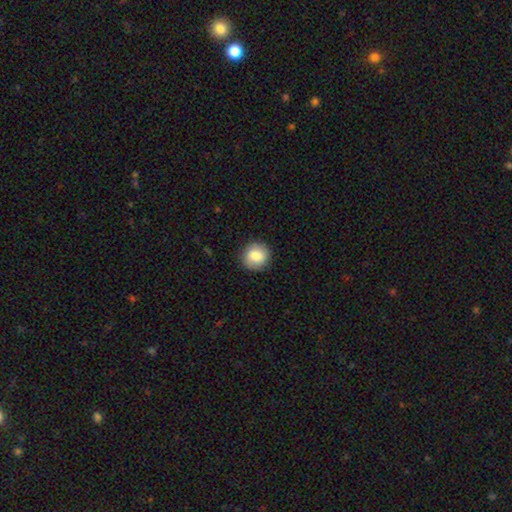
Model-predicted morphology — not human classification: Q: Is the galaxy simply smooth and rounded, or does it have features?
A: smooth — 83%.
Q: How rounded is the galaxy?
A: round — 88%.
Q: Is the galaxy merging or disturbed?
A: none — 89%.